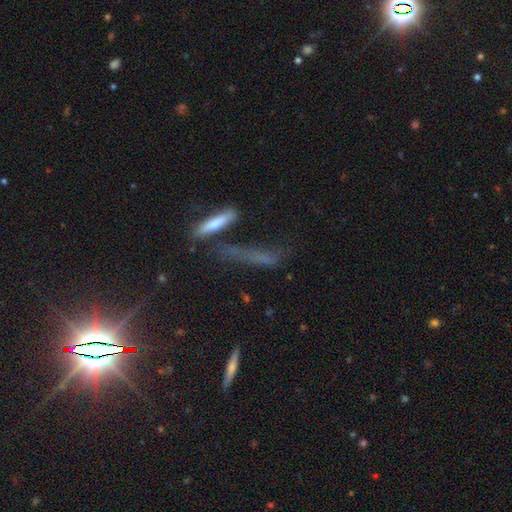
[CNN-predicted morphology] A smooth galaxy with no disk features (36%). Merging: none (49%).